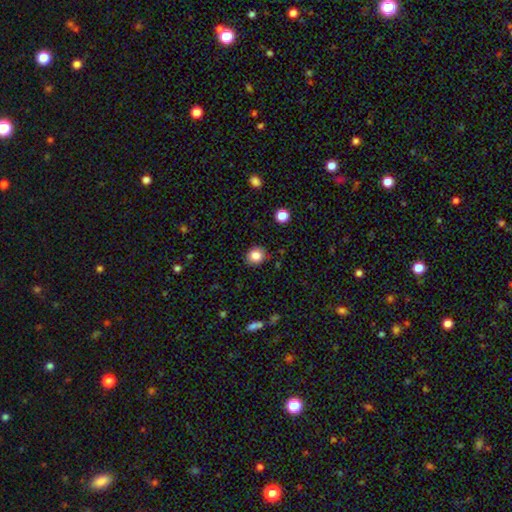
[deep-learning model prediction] smooth 83%, star or artifact 10%, featured or disk 6%. Down the decision tree: how rounded — round (78%); merging — none (89%).